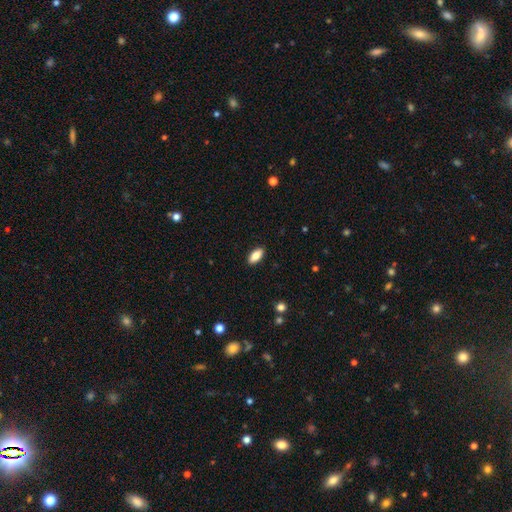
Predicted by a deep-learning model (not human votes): Smooth or featured? smooth (83%)
How rounded? in between (88%)
Merging? none (90%)